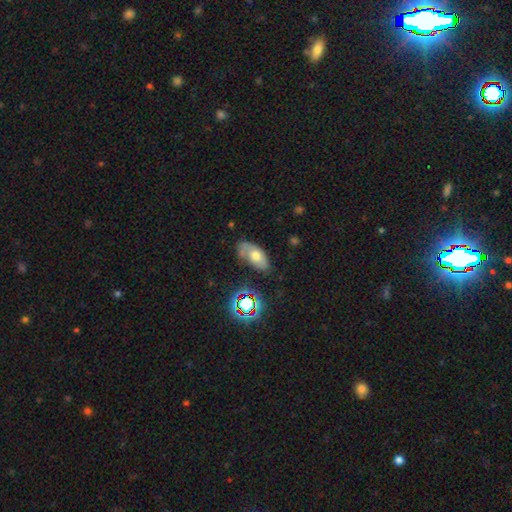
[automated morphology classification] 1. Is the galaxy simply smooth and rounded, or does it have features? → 56% smooth, 30% featured or disk, 14% star or artifact.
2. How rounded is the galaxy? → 89% in between, 6% round, 5% cigar-shaped.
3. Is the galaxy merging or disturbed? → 52% none, 30% minor disturbance, 12% major disturbance, 6% merger.